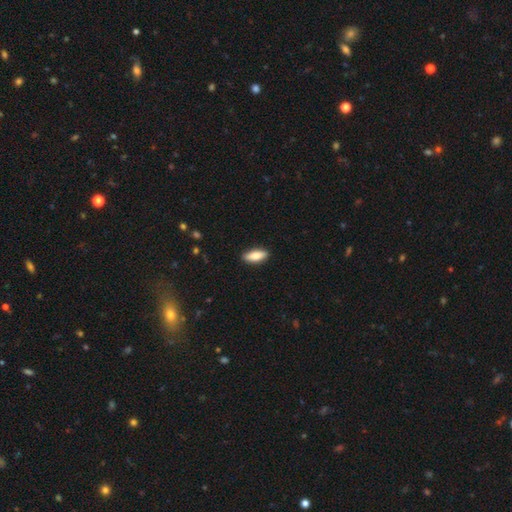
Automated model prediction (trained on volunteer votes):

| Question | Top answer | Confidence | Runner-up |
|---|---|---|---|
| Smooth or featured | smooth | 79% | featured or disk (15%) |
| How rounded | in between | 72% | cigar-shaped (26%) |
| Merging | none | 89% | minor disturbance (8%) |